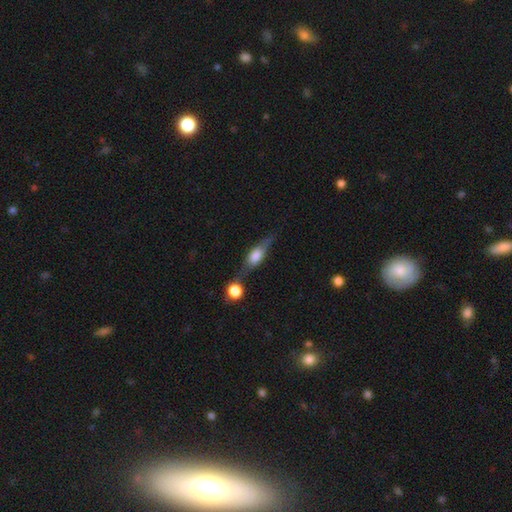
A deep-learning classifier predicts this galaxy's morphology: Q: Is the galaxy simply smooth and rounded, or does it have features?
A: smooth — 48%.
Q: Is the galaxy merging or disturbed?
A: none — 46%.